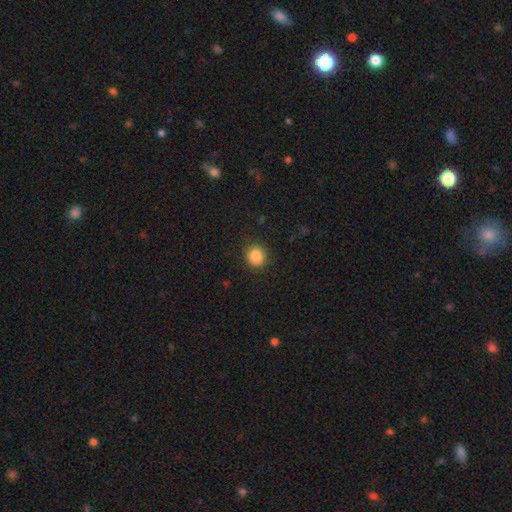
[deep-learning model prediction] Morphology: type=smooth (85%); roundness=round (84%); merging=none (87%).